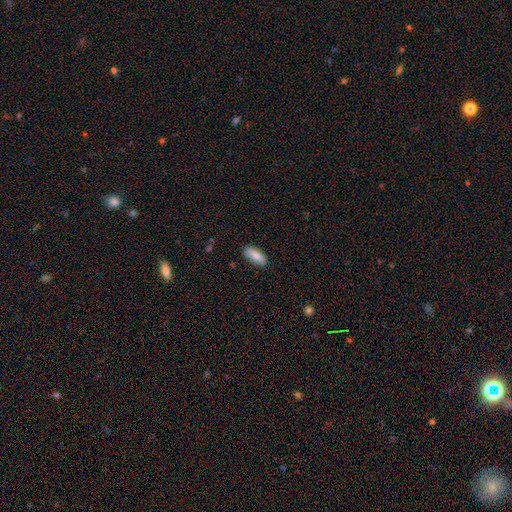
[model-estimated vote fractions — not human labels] Q: Smooth or featured?
A: smooth (78%); runner-up: featured or disk (16%)
Q: How rounded?
A: in between (78%); runner-up: cigar-shaped (19%)
Q: Merging?
A: none (85%); runner-up: minor disturbance (11%)